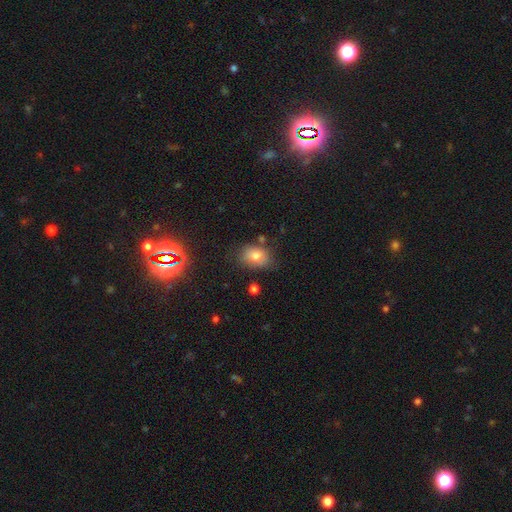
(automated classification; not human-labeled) Smooth or featured? smooth (76%)
How rounded? in between (77%)
Merging? none (70%)